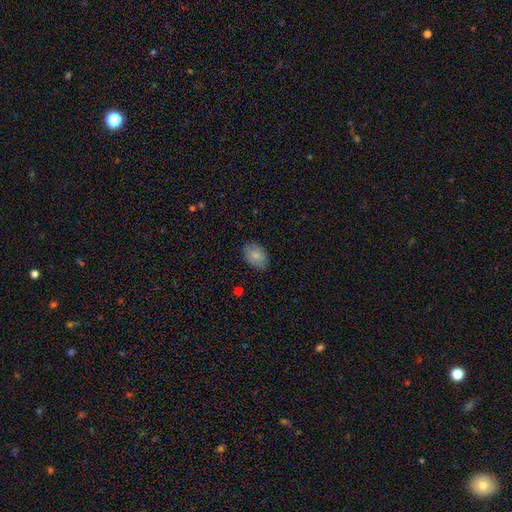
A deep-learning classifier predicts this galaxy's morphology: Smooth or featured?
  - smooth: 84% *
  - featured or disk: 9%
  - star or artifact: 7%
How rounded?
  - in between: 86% *
  - round: 13%
  - cigar-shaped: 1%
Merging?
  - none: 85% *
  - minor disturbance: 12%
  - major disturbance: 3%
  - merger: 1%